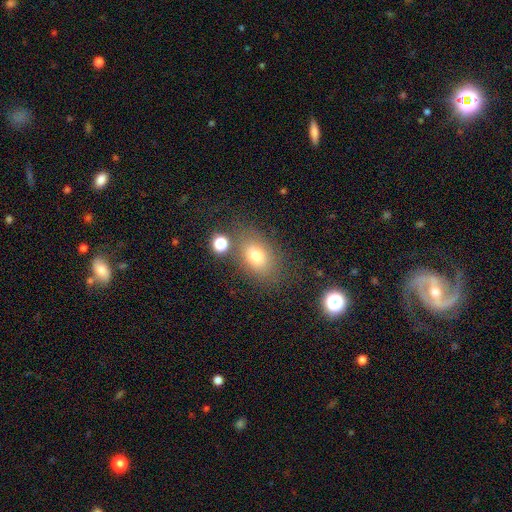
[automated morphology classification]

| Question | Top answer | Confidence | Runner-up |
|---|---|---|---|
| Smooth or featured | smooth | 74% | featured or disk (13%) |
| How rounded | in between | 78% | round (20%) |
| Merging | none | 71% | minor disturbance (15%) |